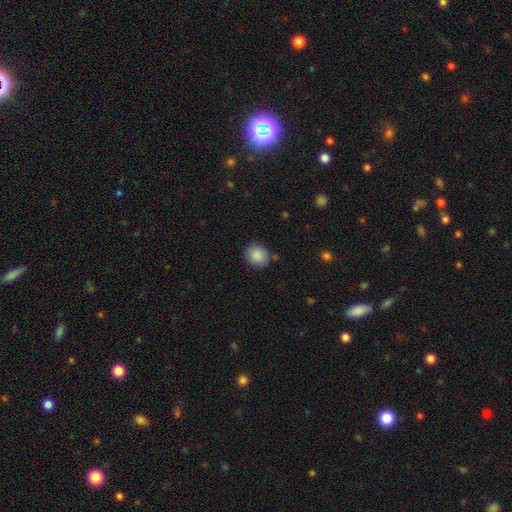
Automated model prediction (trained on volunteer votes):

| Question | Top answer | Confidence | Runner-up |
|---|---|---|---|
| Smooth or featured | smooth | 88% | star or artifact (8%) |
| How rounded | round | 78% | in between (22%) |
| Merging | none | 82% | minor disturbance (12%) |